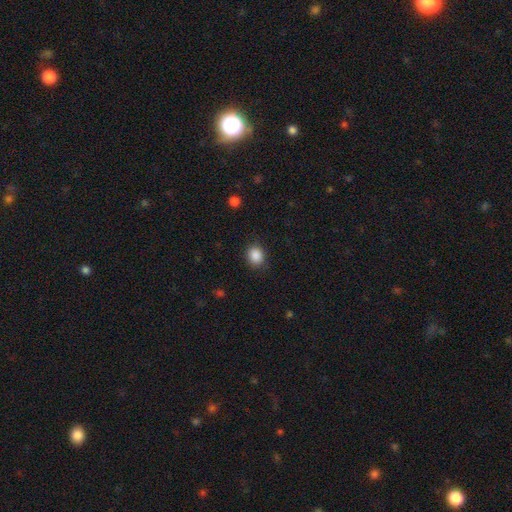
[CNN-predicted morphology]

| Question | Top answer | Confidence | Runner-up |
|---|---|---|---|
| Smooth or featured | smooth | 88% | star or artifact (9%) |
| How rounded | round | 67% | in between (32%) |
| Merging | none | 85% | minor disturbance (10%) |